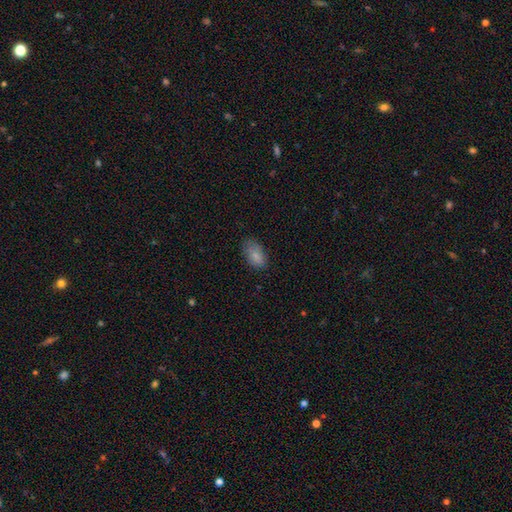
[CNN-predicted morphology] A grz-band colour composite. It shows a smooth galaxy with no disk features (85%) that is in between round and cigar-shaped (92%). Merging: none (72%).